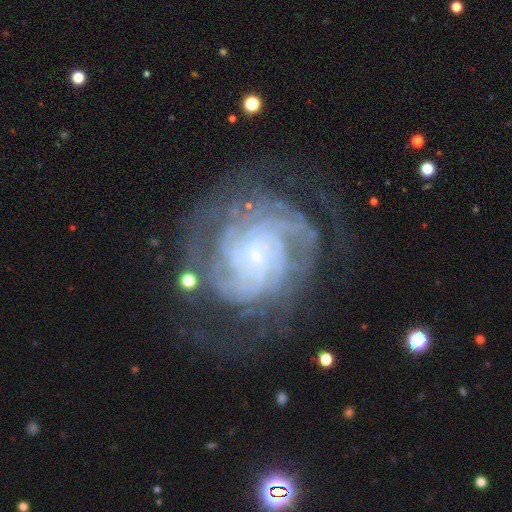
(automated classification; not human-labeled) Smooth or featured? Predicted: featured or disk (p=0.87). Edge-on disk? Predicted: no (p=0.98). Bar? Predicted: no (p=0.69). Spiral arms? Predicted: yes (p=0.97). Spiral winding? Predicted: tight (p=0.73). Spiral arm count? Predicted: can't tell (p=0.27). Bulge size? Predicted: small (p=0.84). Merging? Predicted: none (p=0.66).